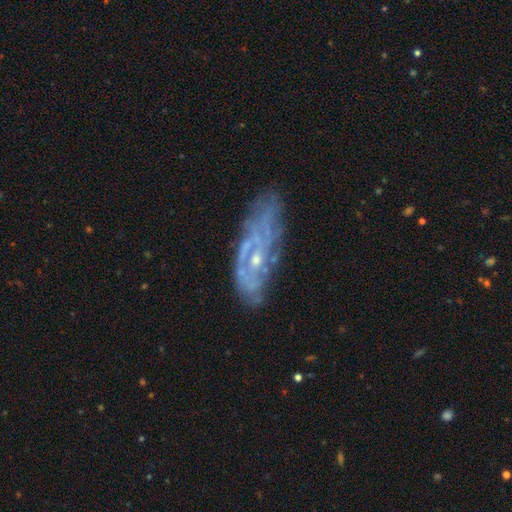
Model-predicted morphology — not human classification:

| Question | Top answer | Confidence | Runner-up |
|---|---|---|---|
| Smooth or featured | featured or disk | 73% | smooth (16%) |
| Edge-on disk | no | 80% | yes (20%) |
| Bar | no | 67% | weak (26%) |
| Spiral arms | yes | 71% | no (29%) |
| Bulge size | small | 68% | moderate (23%) |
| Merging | none | 69% | minor disturbance (19%) |